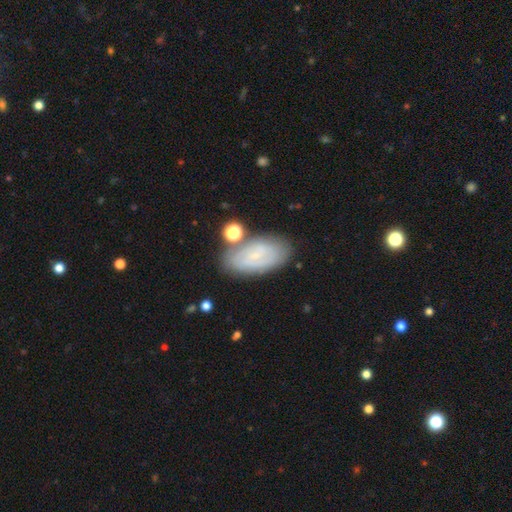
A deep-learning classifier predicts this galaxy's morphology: This is possibly a featured or disk galaxy (52%). It is clearly not viewed edge-on (93%). Merging: likely none (70%).